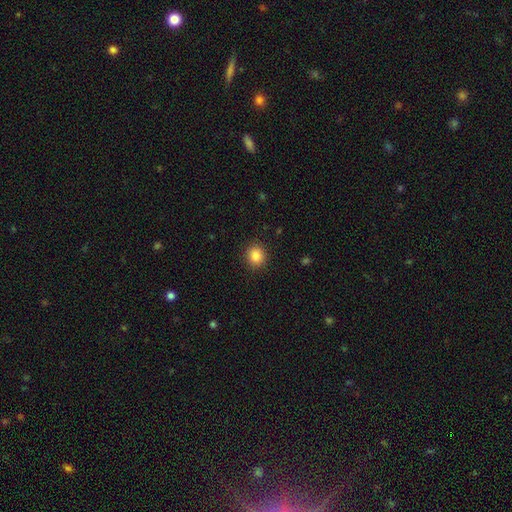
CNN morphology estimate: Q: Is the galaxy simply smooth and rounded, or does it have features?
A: smooth — 86%.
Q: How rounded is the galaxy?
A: round — 83%.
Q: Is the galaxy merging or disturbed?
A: none — 90%.